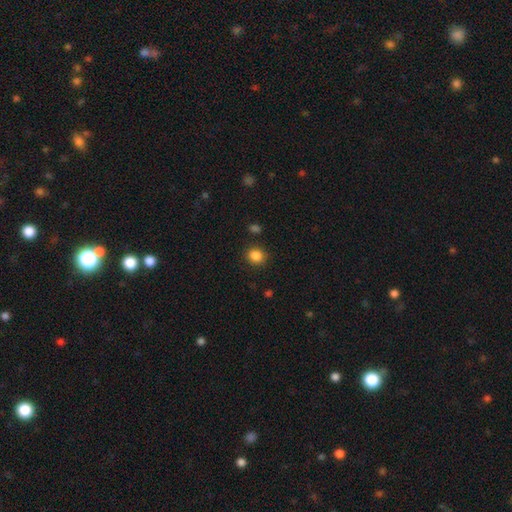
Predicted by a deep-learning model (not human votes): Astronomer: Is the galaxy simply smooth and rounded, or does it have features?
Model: smooth — 86%.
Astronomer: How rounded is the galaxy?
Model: round — 77%.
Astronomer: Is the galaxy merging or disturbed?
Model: none — 87%.